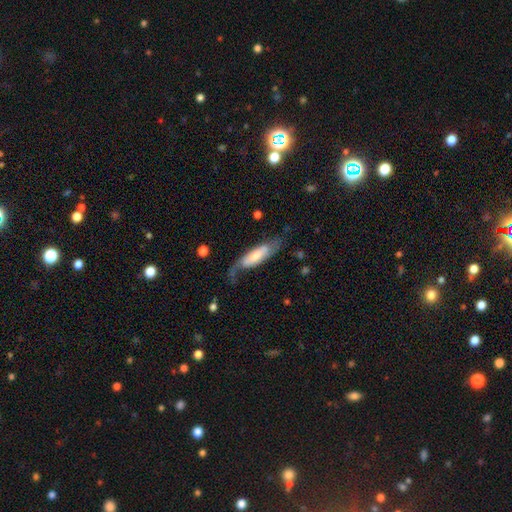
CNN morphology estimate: A featured or disk galaxy (56%).

Vote fractions:
- Smooth or featured? featured or disk: 56% / smooth: 38% / star or artifact: 6%
- Edge-on disk? no: 76% / yes: 24%
- Merging? none: 52% / minor disturbance: 24% / major disturbance: 21% / merger: 3%